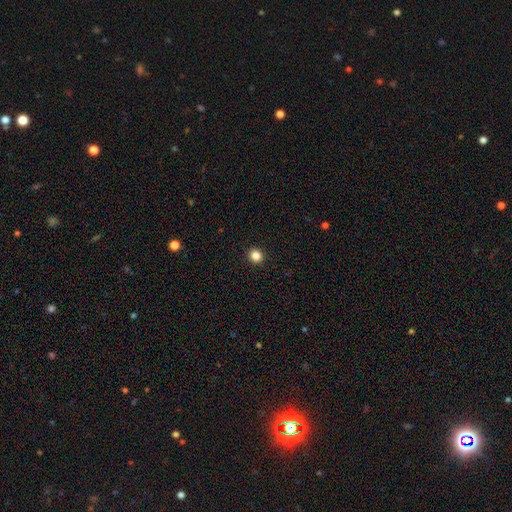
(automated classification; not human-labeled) smooth-or-featured: smooth: 84% | star or artifact: 12% | featured or disk: 4%
  how-rounded: round: 92% | in between: 7% | cigar-shaped: 1%
  merging: none: 94% | minor disturbance: 4% | major disturbance: 1% | merger: 1%